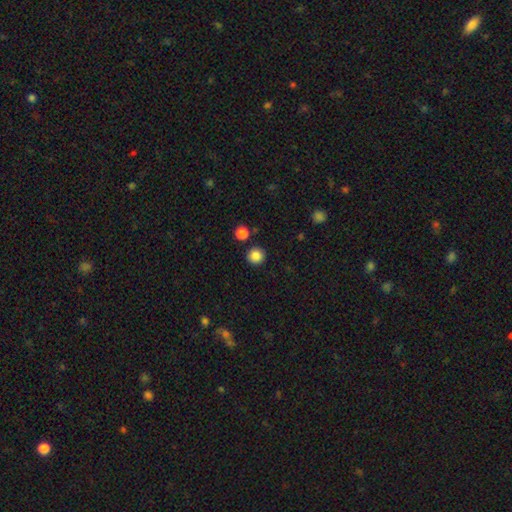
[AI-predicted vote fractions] This is clearly a smooth galaxy (86%). How rounded: clearly round (94%). Merging: clearly none (90%).